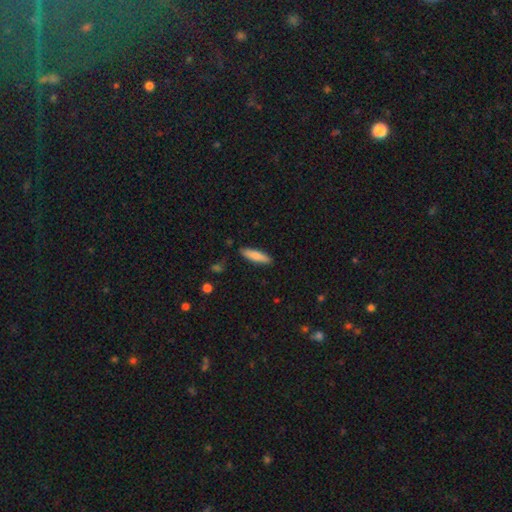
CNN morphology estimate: This is clearly a smooth galaxy (81%). How rounded: likely cigar-shaped (74%). Merging: clearly none (87%).